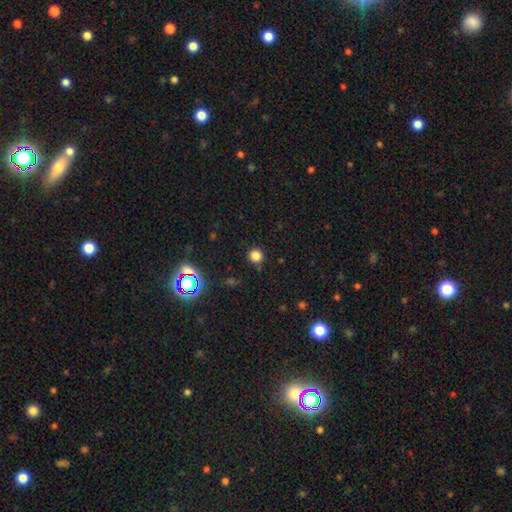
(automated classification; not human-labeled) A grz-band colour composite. It shows a smooth galaxy with no disk features (80%) that is round (92%). Merging: none (87%).